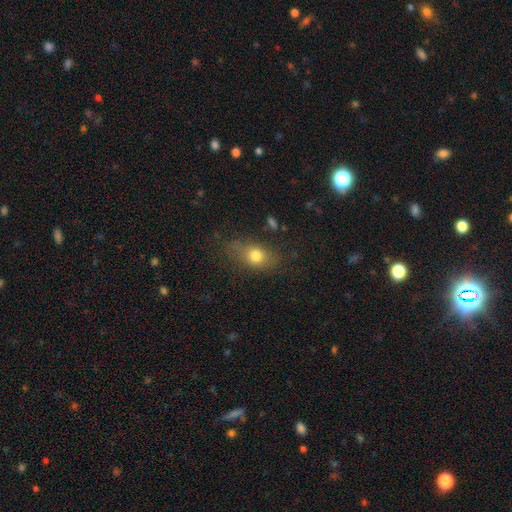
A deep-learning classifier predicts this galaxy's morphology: This appears to be a smooth galaxy with no disk features (75%) that is in between round and cigar-shaped (67%). Merging: none (69%).